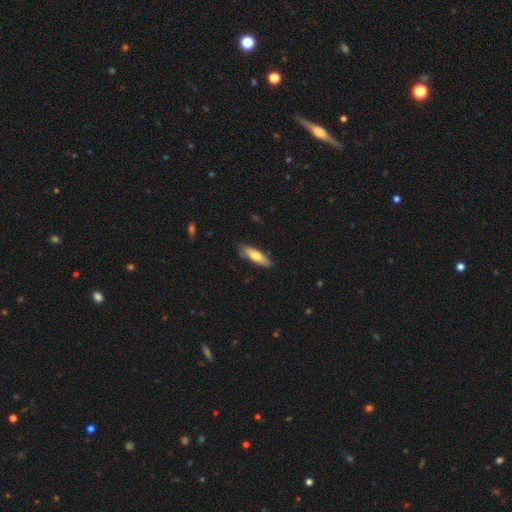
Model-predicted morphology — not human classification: Smooth or featured: smooth — 64% (featured or disk — 30%)
How rounded: cigar-shaped — 62% (in between — 37%)
Merging: none — 85% (minor disturbance — 12%)